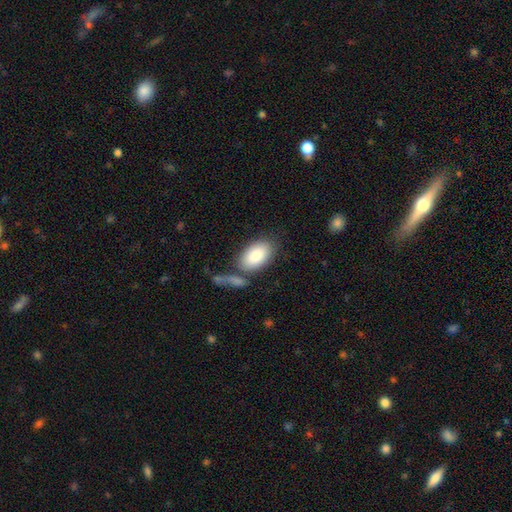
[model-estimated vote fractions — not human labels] smooth_or_featured: smooth (p=0.84) [alt: featured or disk p=0.10]
how_rounded: in between (p=0.94) [alt: round p=0.05]
merging: none (p=0.64) [alt: merger p=0.15]